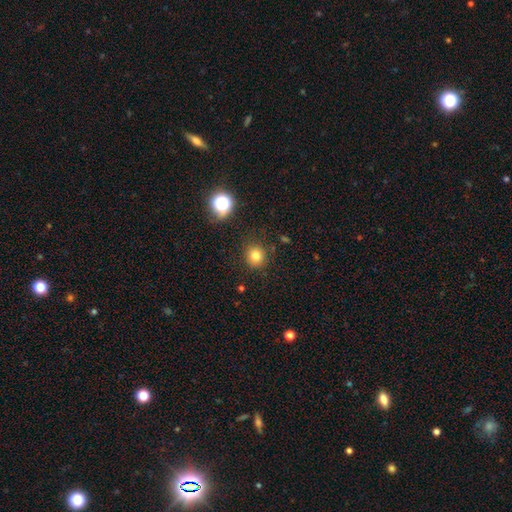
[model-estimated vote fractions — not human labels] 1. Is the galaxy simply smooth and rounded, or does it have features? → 79% smooth, 15% star or artifact, 6% featured or disk.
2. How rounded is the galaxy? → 87% round, 12% in between, 1% cigar-shaped.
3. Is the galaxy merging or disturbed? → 86% none, 9% minor disturbance, 3% major disturbance, 2% merger.